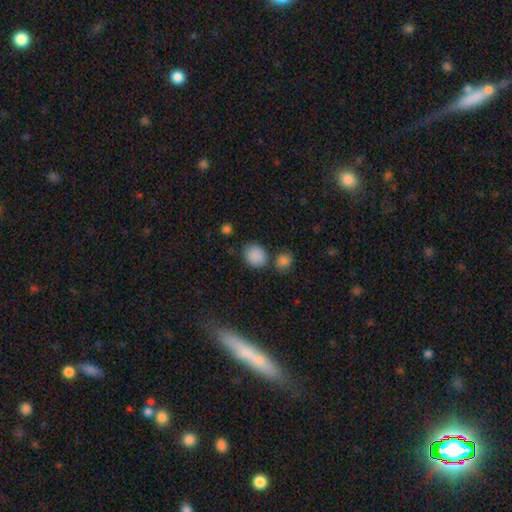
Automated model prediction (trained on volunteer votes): Morphology: type=smooth (87%); roundness=round (66%); merging=none (72%).